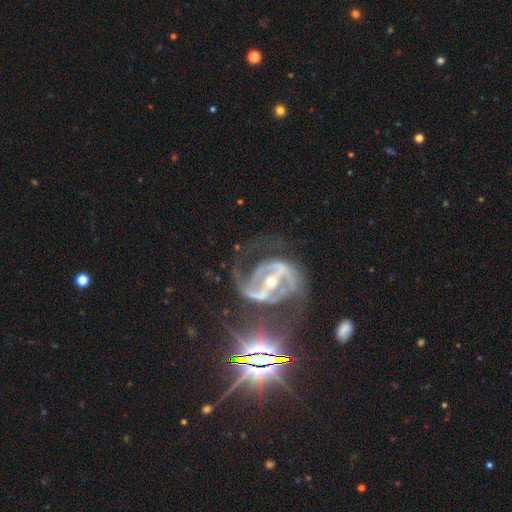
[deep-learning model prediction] Smooth or featured? Predicted: featured or disk (p=0.79). Edge-on disk? Predicted: no (p=0.97). Bar? Predicted: weak (p=0.37). Spiral arms? Predicted: yes (p=0.95). Spiral winding? Predicted: medium (p=0.48). Spiral arm count? Predicted: 2 (p=0.70). Bulge size? Predicted: small (p=0.64). Merging? Predicted: none (p=0.50).